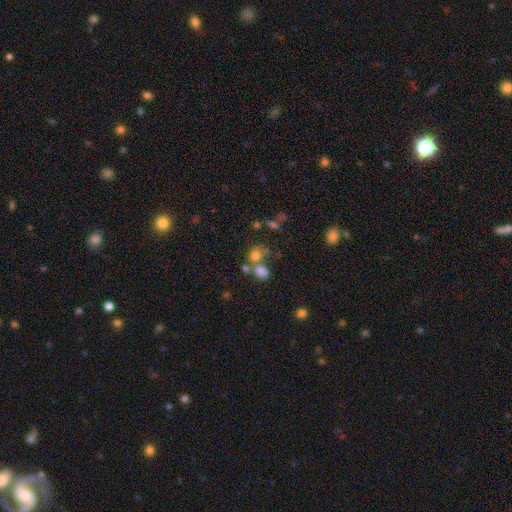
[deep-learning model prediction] smooth 72%, star or artifact 16%, featured or disk 12%. Down the decision tree: how rounded — round (53%); merging — merger (42%).